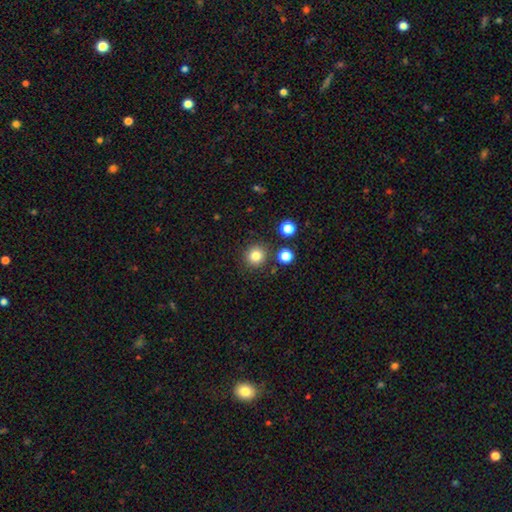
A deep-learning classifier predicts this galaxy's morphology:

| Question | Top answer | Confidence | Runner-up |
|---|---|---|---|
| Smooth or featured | smooth | 82% | star or artifact (12%) |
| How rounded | round | 92% | in between (7%) |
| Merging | none | 87% | minor disturbance (7%) |